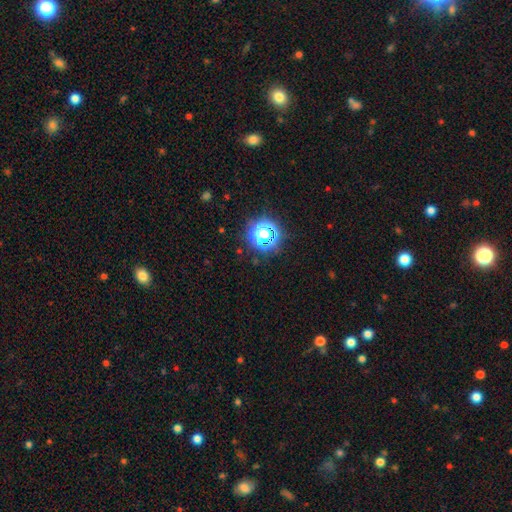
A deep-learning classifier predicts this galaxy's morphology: Overall: star or artifact (72%).